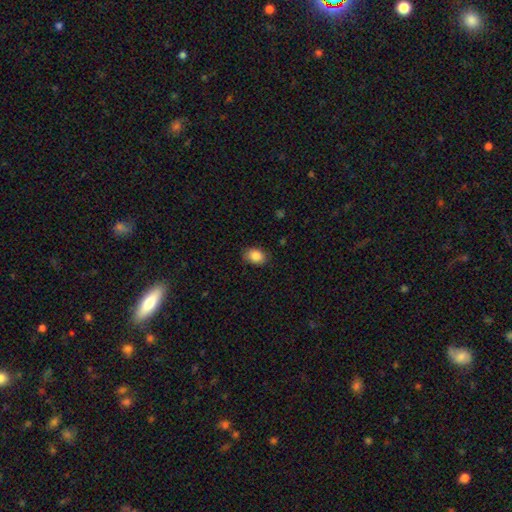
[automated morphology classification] smooth_or_featured: smooth (p=0.87) [alt: star or artifact p=0.08]
how_rounded: in between (p=0.75) [alt: round p=0.24]
merging: none (p=0.84) [alt: minor disturbance p=0.13]